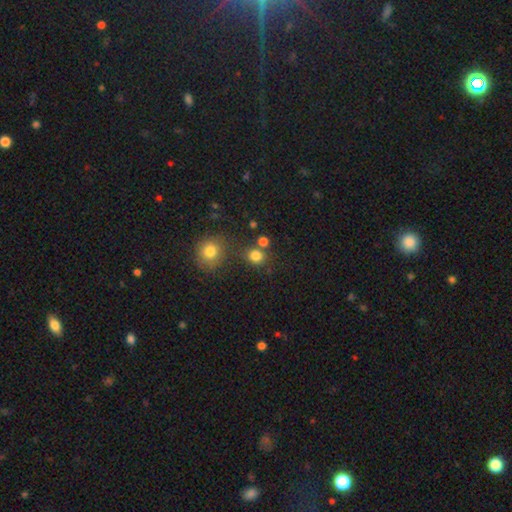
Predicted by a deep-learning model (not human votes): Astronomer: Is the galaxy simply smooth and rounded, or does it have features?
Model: smooth — 80%.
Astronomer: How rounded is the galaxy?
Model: round — 78%.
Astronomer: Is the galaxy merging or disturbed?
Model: none — 72%.